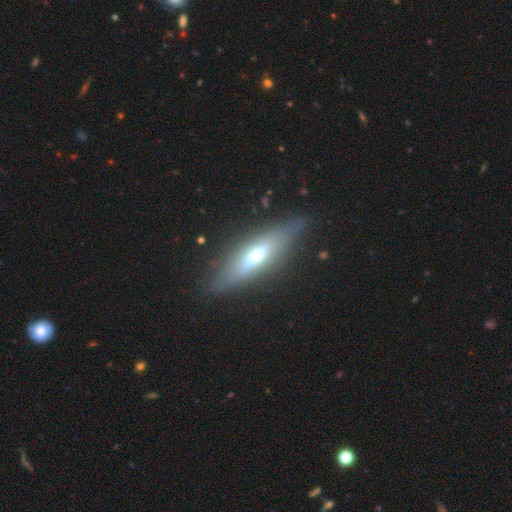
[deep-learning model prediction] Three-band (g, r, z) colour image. It shows a featured or disk galaxy (63%) viewed edge-on (81%) with a rounded central bulge (79%). Merging: none (78%).